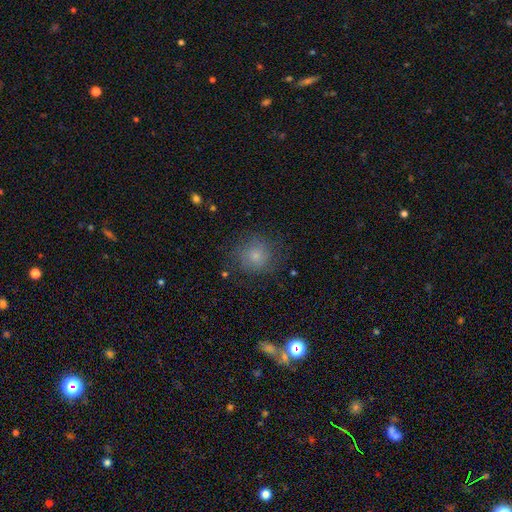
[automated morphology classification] A smooth galaxy with no disk features (74%) that is round (89%). Merging: none (76%).